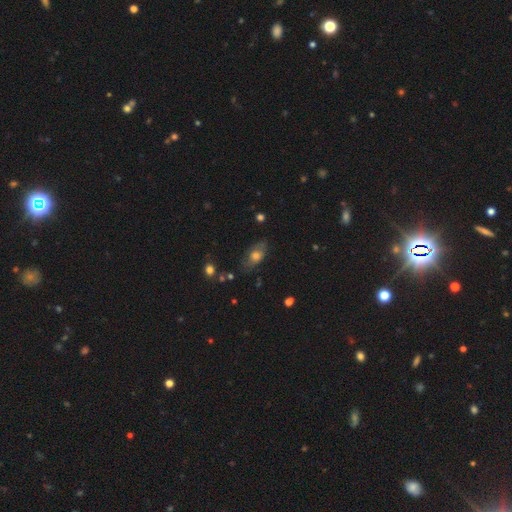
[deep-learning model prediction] This is possibly a smooth galaxy (58%). How rounded: clearly in between (84%). Merging: likely none (65%).